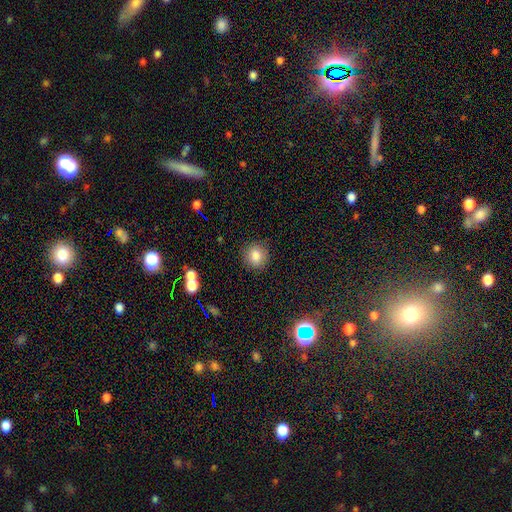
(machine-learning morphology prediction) This is clearly a smooth galaxy (82%). How rounded: clearly round (86%). Merging: clearly none (87%).